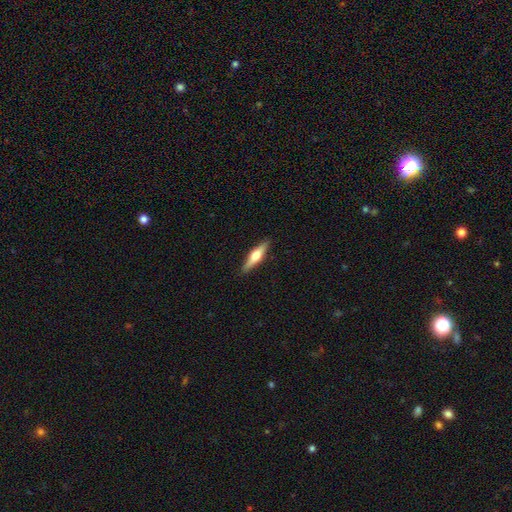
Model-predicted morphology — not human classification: Smooth or featured: featured or disk — 53% (smooth — 41%)
Edge-on disk: yes — 95% (no — 5%)
Edge-on bulge: rounded — 91% (boxy — 6%)
Merging: none — 90% (minor disturbance — 7%)